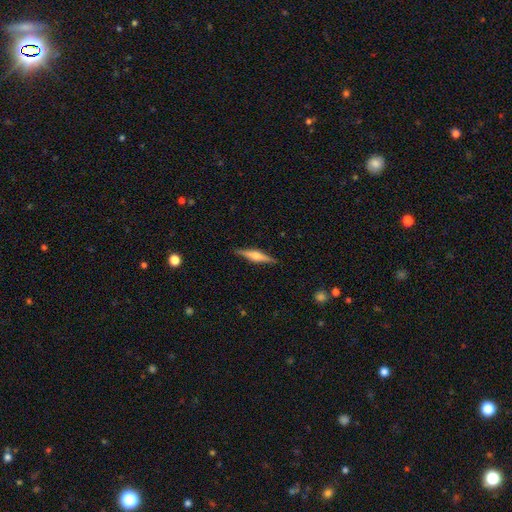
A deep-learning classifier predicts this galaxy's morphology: This is likely a featured or disk galaxy (63%). It is clearly viewed edge-on (97%). Edge-on bulge: clearly rounded (81%). Merging: clearly none (89%).